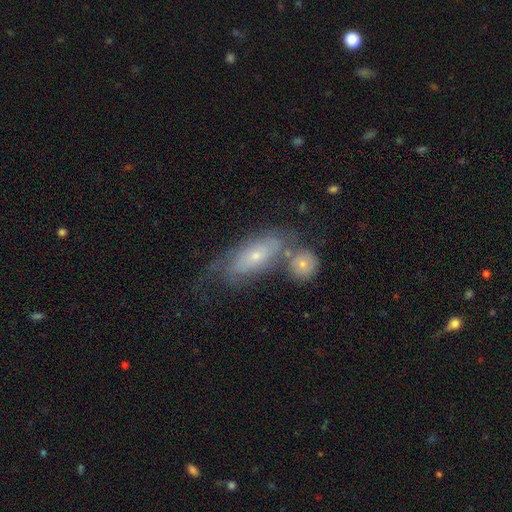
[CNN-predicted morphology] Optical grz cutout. It shows a featured or disk galaxy (53%). Merging: none (35%).